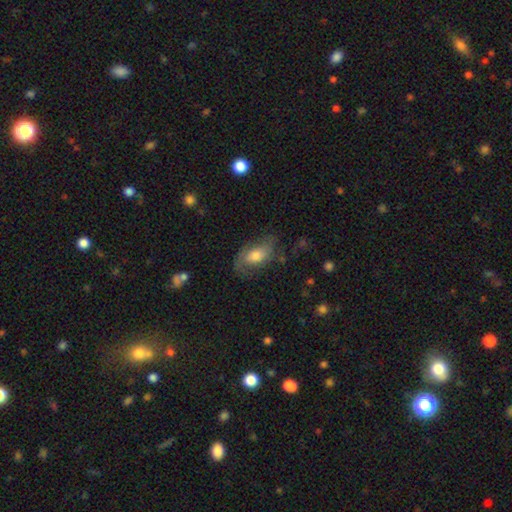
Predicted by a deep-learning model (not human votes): Smooth or featured? Predicted: smooth (p=0.53). How rounded? Predicted: in between (p=0.88). Merging? Predicted: none (p=0.58).